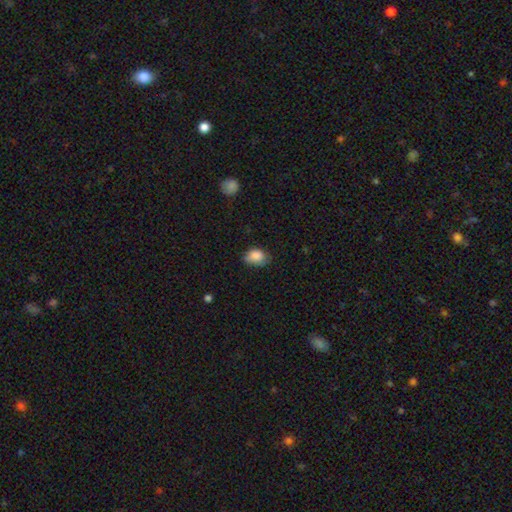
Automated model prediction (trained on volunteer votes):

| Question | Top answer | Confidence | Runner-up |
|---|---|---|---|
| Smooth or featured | smooth | 85% | star or artifact (8%) |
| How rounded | in between | 75% | round (24%) |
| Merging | none | 55% | minor disturbance (36%) |